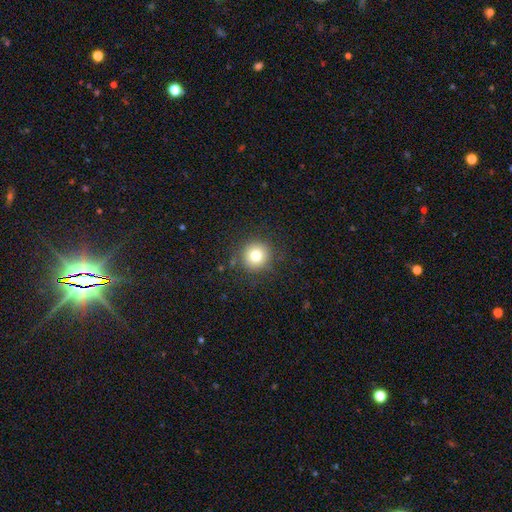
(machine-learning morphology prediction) Smooth or featured? smooth (78%)
How rounded? round (95%)
Merging? none (88%)